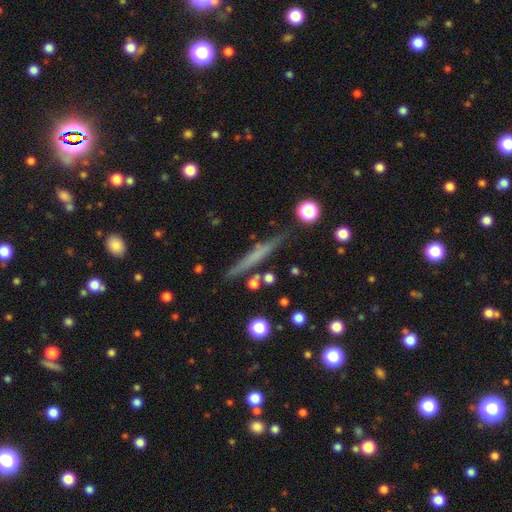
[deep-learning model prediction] Morphology: type=smooth (52%); roundness=cigar-shaped (94%); merging=none (85%).